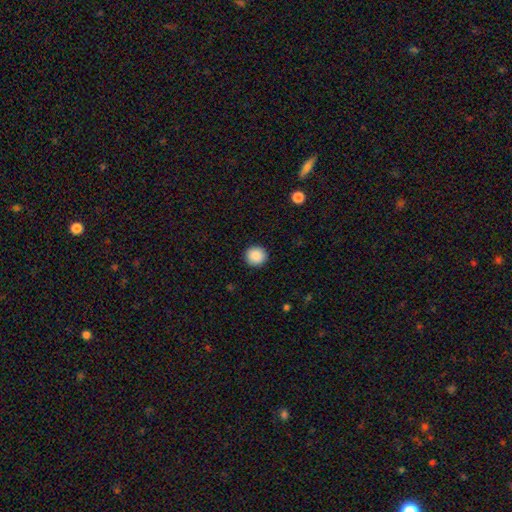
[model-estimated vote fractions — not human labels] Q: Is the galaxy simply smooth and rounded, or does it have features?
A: smooth — 89%.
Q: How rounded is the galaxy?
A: round — 93%.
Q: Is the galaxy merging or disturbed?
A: none — 92%.